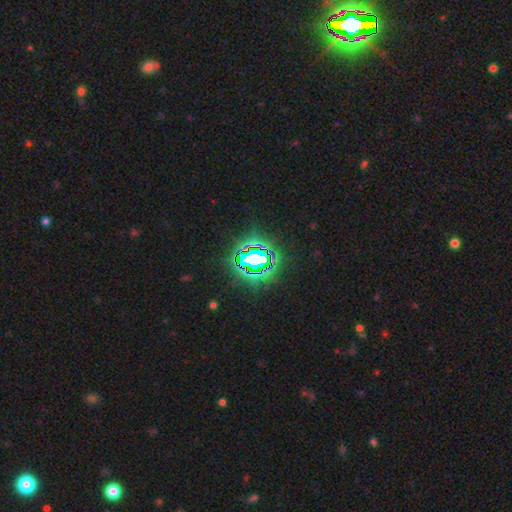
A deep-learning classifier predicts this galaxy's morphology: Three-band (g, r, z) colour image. It shows a star or artifact, not a galaxy (77%).